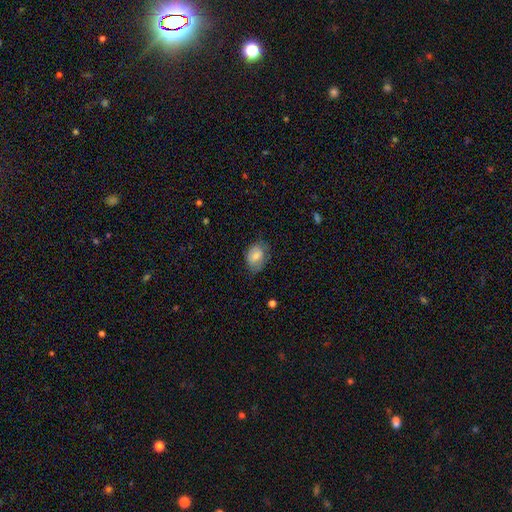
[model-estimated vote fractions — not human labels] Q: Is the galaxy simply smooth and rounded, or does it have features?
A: smooth — 74%.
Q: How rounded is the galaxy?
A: in between — 77%.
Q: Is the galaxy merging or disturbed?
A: none — 62%.